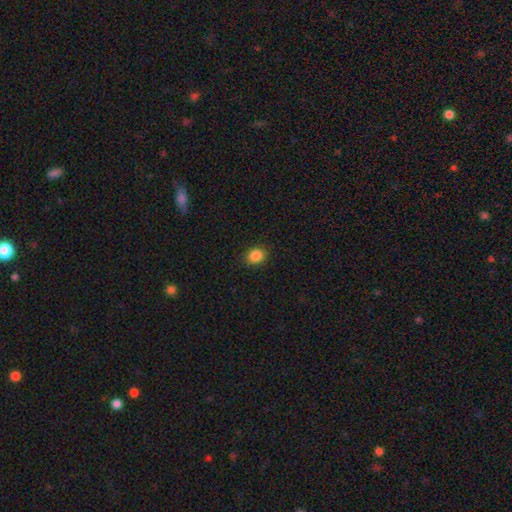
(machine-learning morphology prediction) A smooth galaxy with no disk features (86%) that is round (57%).

Vote fractions:
- Smooth or featured? smooth: 86% / star or artifact: 10% / featured or disk: 3%
- How rounded? round: 57% / in between: 42% / cigar-shaped: 1%
- Merging? none: 89% / minor disturbance: 8% / major disturbance: 2% / merger: 1%